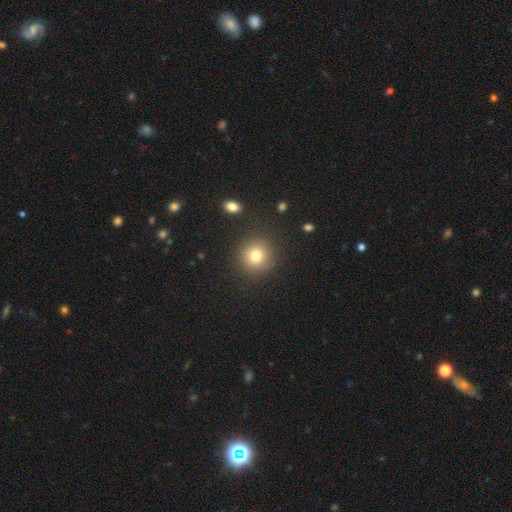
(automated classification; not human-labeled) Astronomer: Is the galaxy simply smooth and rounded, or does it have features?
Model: smooth — 78%.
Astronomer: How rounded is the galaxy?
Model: round — 89%.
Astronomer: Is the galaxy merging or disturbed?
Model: none — 86%.